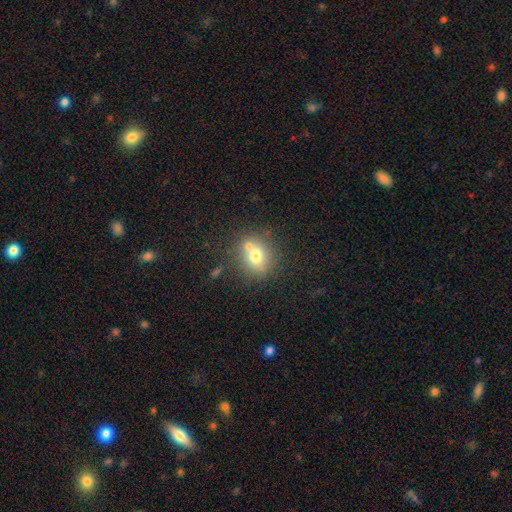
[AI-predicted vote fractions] smooth 69%, featured or disk 19%, star or artifact 12%. Down the decision tree: how rounded — round (74%); merging — none (60%).